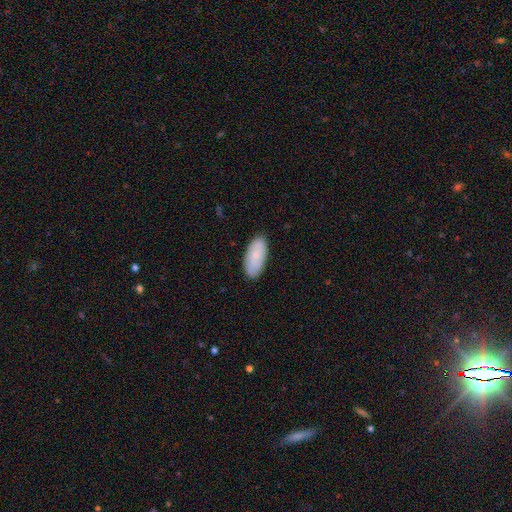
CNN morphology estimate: smooth-or-featured: smooth: 80% | featured or disk: 14% | star or artifact: 6%
  how-rounded: in between: 91% | cigar-shaped: 7% | round: 2%
  merging: none: 86% | minor disturbance: 11% | major disturbance: 2% | merger: 1%